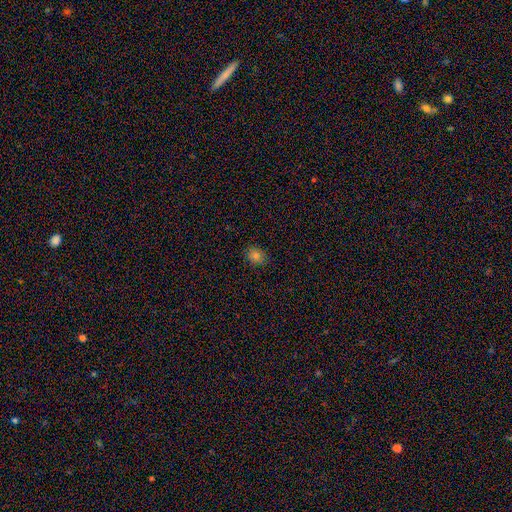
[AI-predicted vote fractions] Overall: smooth (80%). How rounded: round (59%; in between 40%). Merging: none (87%).